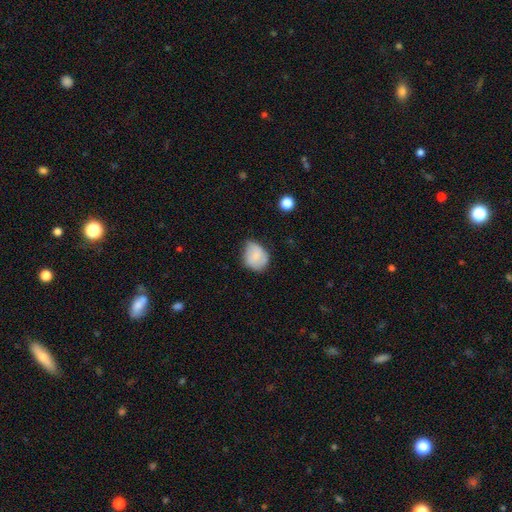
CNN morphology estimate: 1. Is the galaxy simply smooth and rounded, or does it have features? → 75% smooth, 17% featured or disk, 8% star or artifact.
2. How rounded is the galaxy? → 57% round, 42% in between, 1% cigar-shaped.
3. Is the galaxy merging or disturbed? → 43% minor disturbance (tied), 43% none (tied), 12% major disturbance, 2% merger.